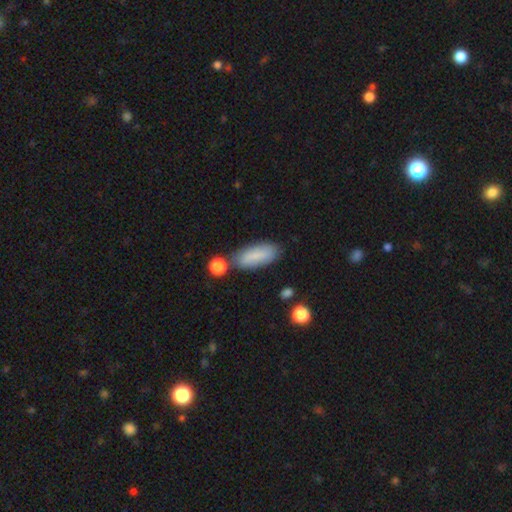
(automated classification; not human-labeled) Morphology: type=smooth (83%); roundness=in between (73%); merging=none (70%).